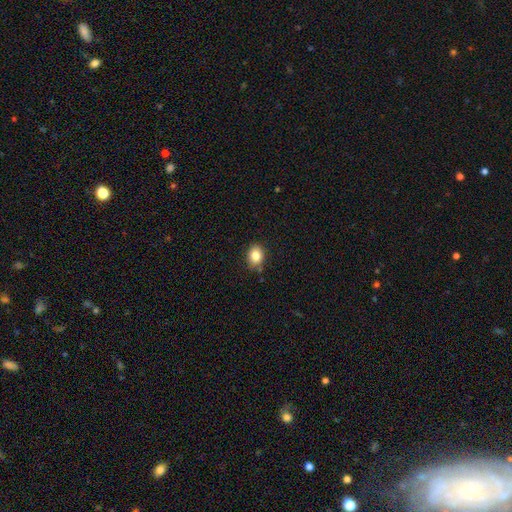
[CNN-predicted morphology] Overall: smooth (84%). How rounded: in between (63%; round 36%). Merging: none (83%).